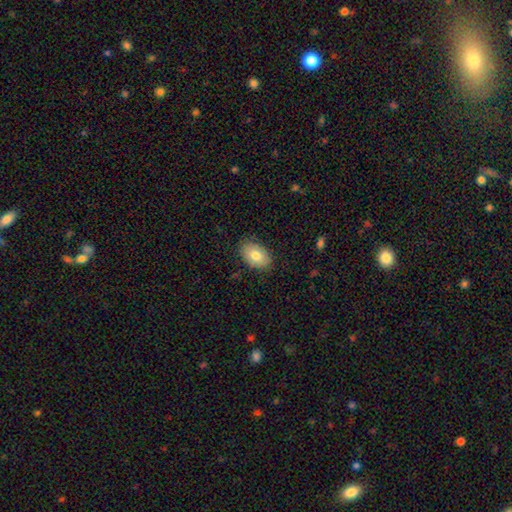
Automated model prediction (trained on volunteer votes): A smooth galaxy with no disk features (79%) that is in between round and cigar-shaped (88%). Merging: none (85%).